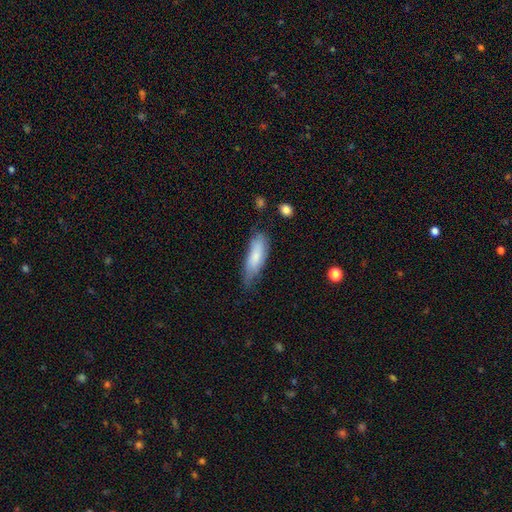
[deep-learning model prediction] Q: Smooth or featured?
A: smooth (77%); runner-up: featured or disk (17%)
Q: How rounded?
A: in between (56%); runner-up: cigar-shaped (42%)
Q: Merging?
A: none (54%); runner-up: minor disturbance (35%)